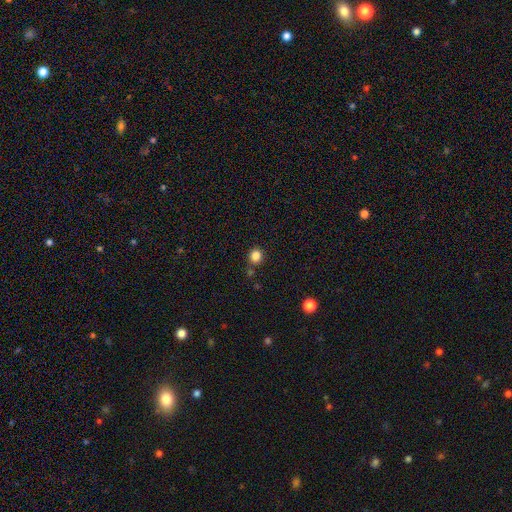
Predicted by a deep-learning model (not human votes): Q: Smooth or featured?
A: smooth (83%); runner-up: star or artifact (12%)
Q: How rounded?
A: round (85%); runner-up: in between (14%)
Q: Merging?
A: none (81%); runner-up: minor disturbance (10%)